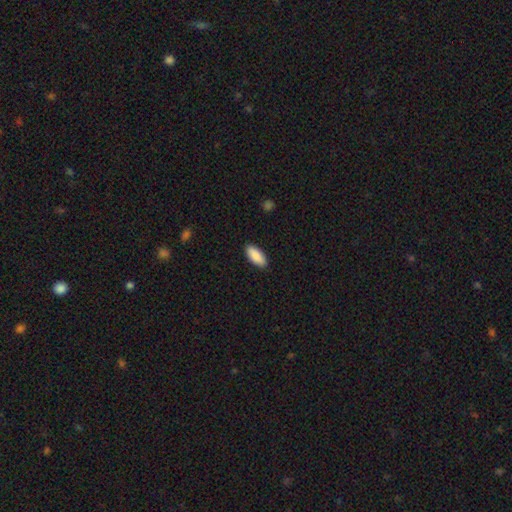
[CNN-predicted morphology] Smooth or featured?
  - smooth: 90% *
  - star or artifact: 6%
  - featured or disk: 4%
How rounded?
  - in between: 87% *
  - cigar-shaped: 11%
  - round: 2%
Merging?
  - none: 90% *
  - minor disturbance: 8%
  - major disturbance: 2%
  - merger: 1%